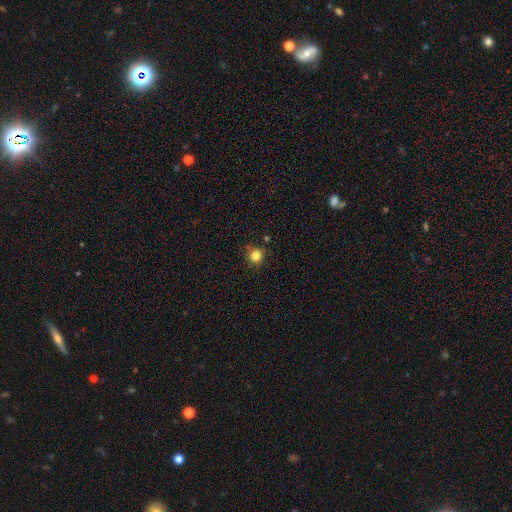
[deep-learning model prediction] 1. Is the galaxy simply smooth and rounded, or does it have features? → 83% smooth, 13% star or artifact, 4% featured or disk.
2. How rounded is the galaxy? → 93% round, 6% in between, 1% cigar-shaped.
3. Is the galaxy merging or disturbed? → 83% none, 10% minor disturbance, 4% merger, 3% major disturbance.